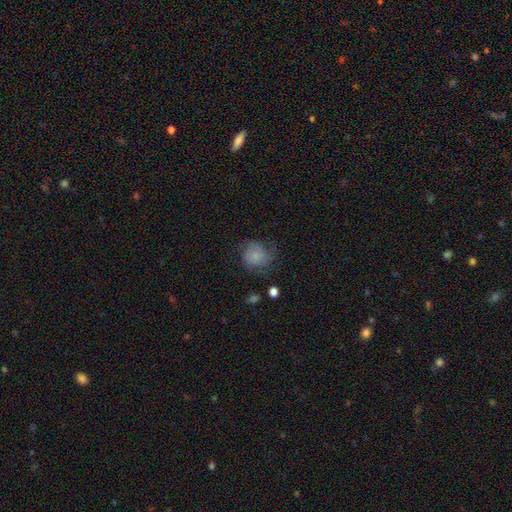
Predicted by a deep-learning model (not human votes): This is likely a smooth galaxy (64%). How rounded: clearly round (81%). Merging: possibly none (56%).